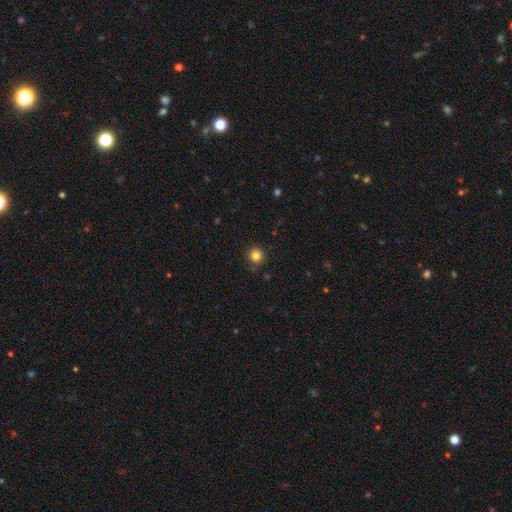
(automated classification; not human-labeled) Overall: smooth (83%). How rounded: round (94%). Merging: none (88%).